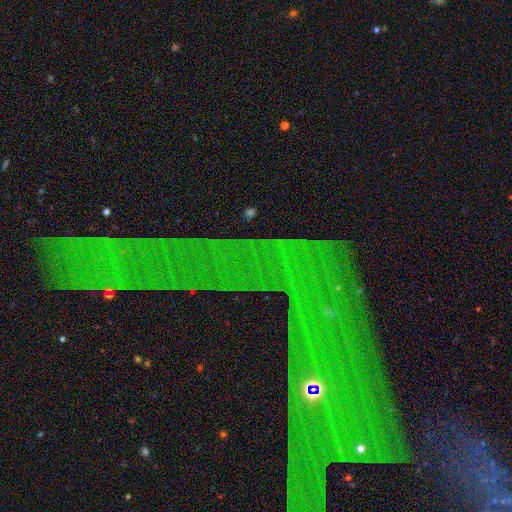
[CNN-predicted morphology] The model was most divided on "smooth or featured": star or artifact: 73%, featured or disk: 15%, smooth: 11%.